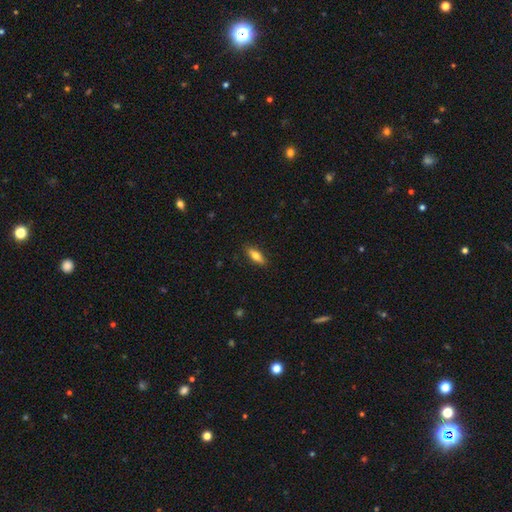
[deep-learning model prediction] This appears to be a smooth galaxy with no disk features (71%) that is in between round and cigar-shaped (63%). Merging: none (87%).